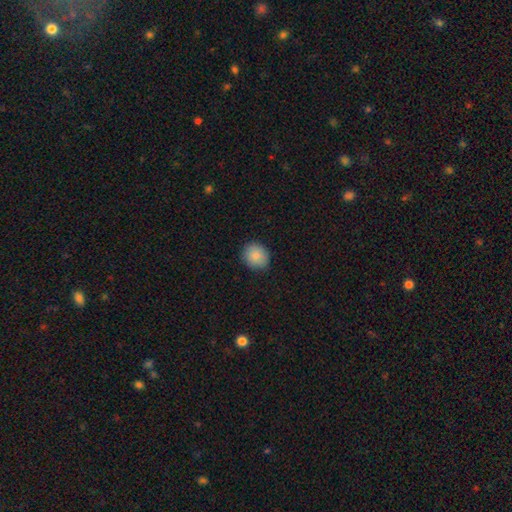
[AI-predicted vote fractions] Q: Smooth or featured?
A: smooth (85%); runner-up: star or artifact (8%)
Q: How rounded?
A: round (74%); runner-up: in between (25%)
Q: Merging?
A: none (87%); runner-up: minor disturbance (10%)